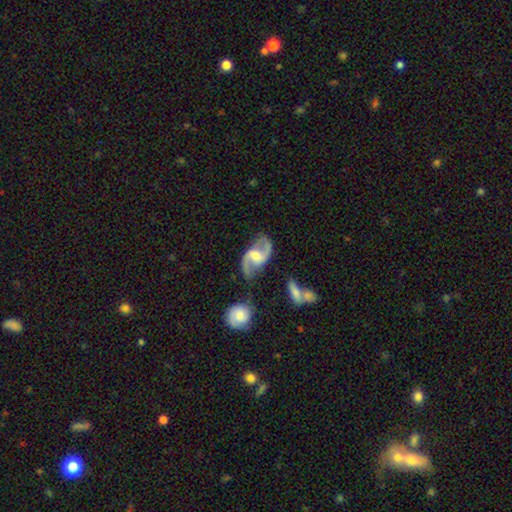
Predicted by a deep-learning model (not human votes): Overall: featured or disk (89%). Edge-on disk: no (97%). Bar: weak (51%; no 28%). Spiral arms: yes (96%). Spiral arm count: 2 (94%). Spiral winding: loose (55%; medium 37%). Bulge size: moderate (60%; small 28%). Merging: none (73%).